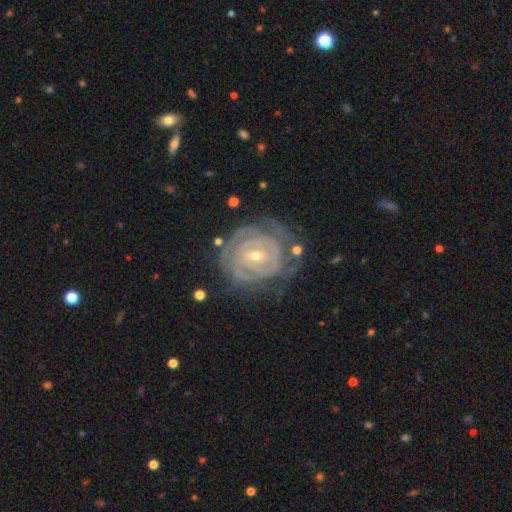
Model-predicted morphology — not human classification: This is clearly a featured or disk galaxy (88%). It is clearly not viewed edge-on (97%). Bar: marginally weak (42%). Spiral arm pattern: clearly yes (92%). Spiral arm count: marginally can't tell (42%). Spiral winding: clearly tight (83%). Central bulge: likely small (62%). Merging: likely none (62%).